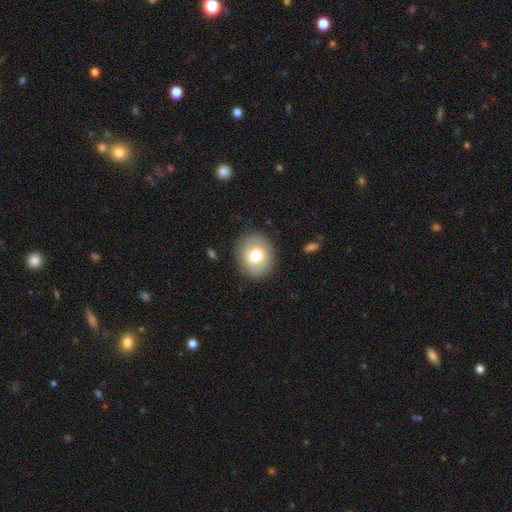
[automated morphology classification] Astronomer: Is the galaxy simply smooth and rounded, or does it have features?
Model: smooth — 71%.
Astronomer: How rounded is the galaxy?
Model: round — 65%.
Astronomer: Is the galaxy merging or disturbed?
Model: none — 86%.